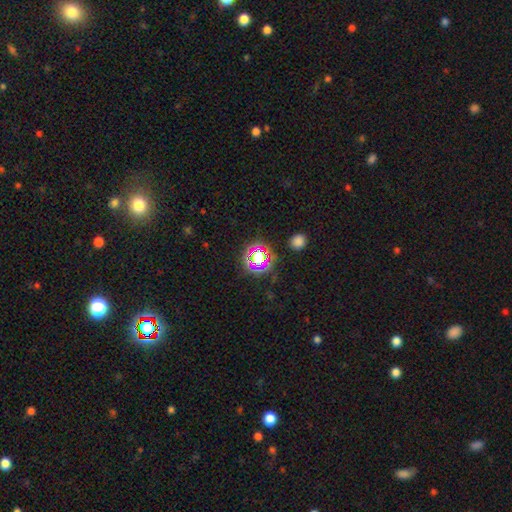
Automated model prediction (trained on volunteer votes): Smooth or featured: star or artifact — 62% (smooth — 26%)